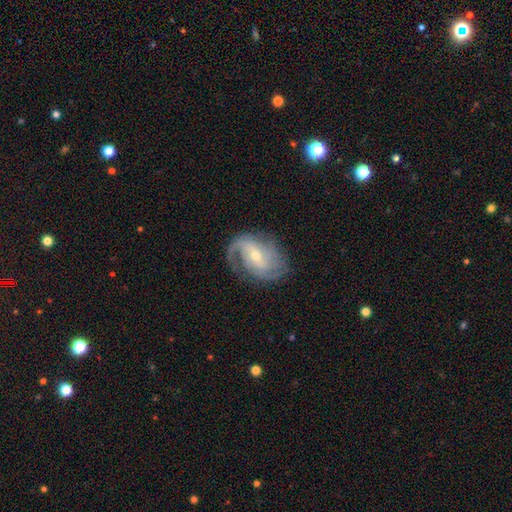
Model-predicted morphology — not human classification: Overall: featured or disk (86%). Edge-on disk: no (97%). Bar: weak (44%; no 37%). Spiral arms: yes (96%). Spiral arm count: 2 (42%; can't tell 19%). Spiral winding: medium (43%; tight 34%). Bulge size: small (57%; moderate 40%). Merging: none (68%).